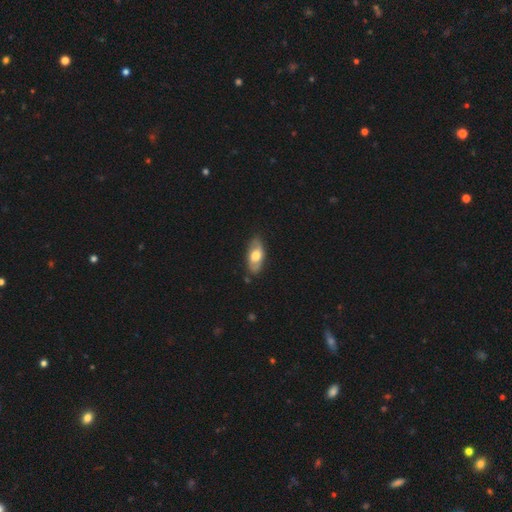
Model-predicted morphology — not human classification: Q: Smooth or featured?
A: smooth (54%); runner-up: featured or disk (41%)
Q: How rounded?
A: in between (87%); runner-up: cigar-shaped (9%)
Q: Merging?
A: none (81%); runner-up: minor disturbance (15%)